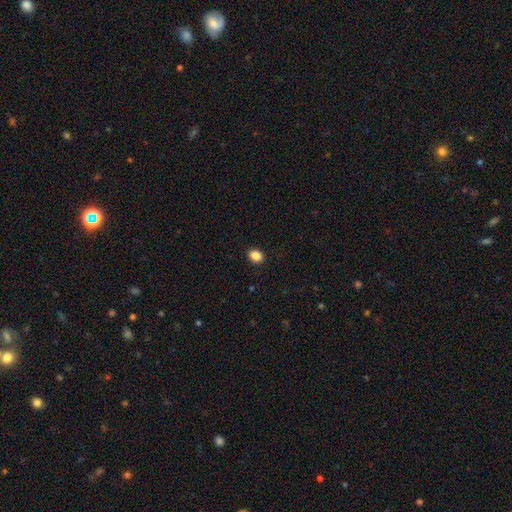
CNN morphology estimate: This is clearly a smooth galaxy (87%). How rounded: possibly in between (60%). Merging: clearly none (90%).